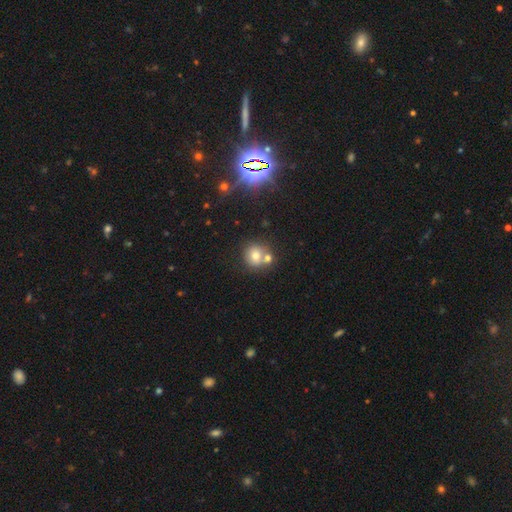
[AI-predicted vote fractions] Q: Smooth or featured?
A: smooth (73%); runner-up: featured or disk (14%)
Q: How rounded?
A: round (83%); runner-up: in between (16%)
Q: Merging?
A: none (53%); runner-up: merger (34%)